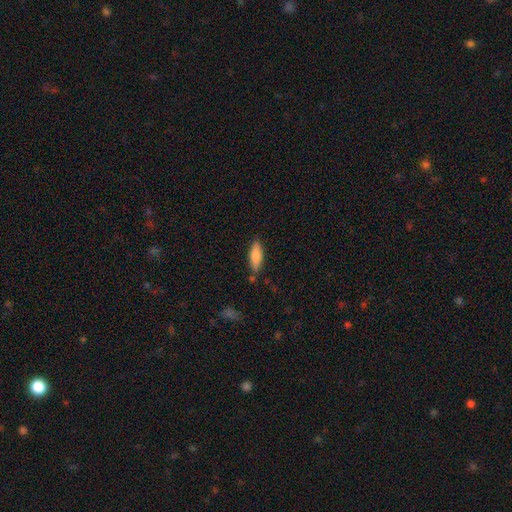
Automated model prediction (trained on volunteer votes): A smooth galaxy with no disk features (80%) that is in between round and cigar-shaped (57%). Merging: none (79%).